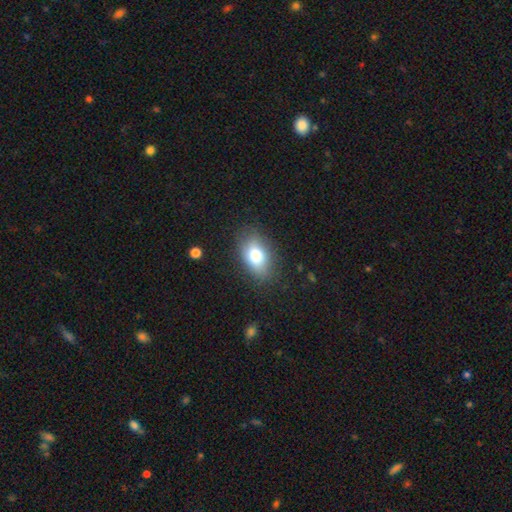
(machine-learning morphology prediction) type=smooth (77%); roundness=in between (86%); merging=none (81%).